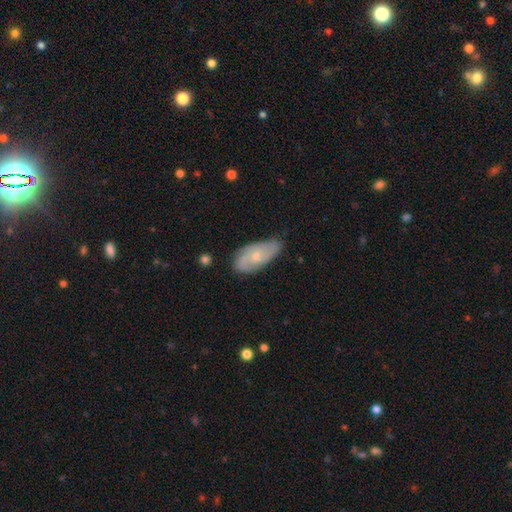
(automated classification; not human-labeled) A featured or disk galaxy (67%) with no bar (70%), 2 (50%) medium (43%) spiral arms (89%) and a small central bulge (66%). Merging: none (69%).